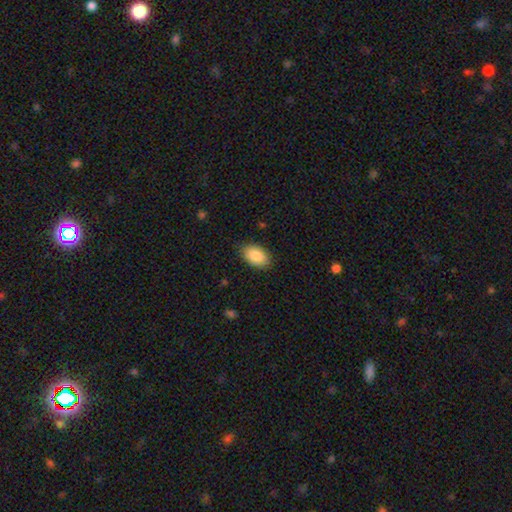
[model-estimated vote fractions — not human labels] A smooth galaxy with no disk features (87%) that is in between round and cigar-shaped (91%).

Vote fractions:
- Smooth or featured? smooth: 87% / star or artifact: 6% / featured or disk: 6%
- How rounded? in between: 91% / round: 7% / cigar-shaped: 1%
- Merging? none: 85% / minor disturbance: 12% / major disturbance: 2% / merger: 1%